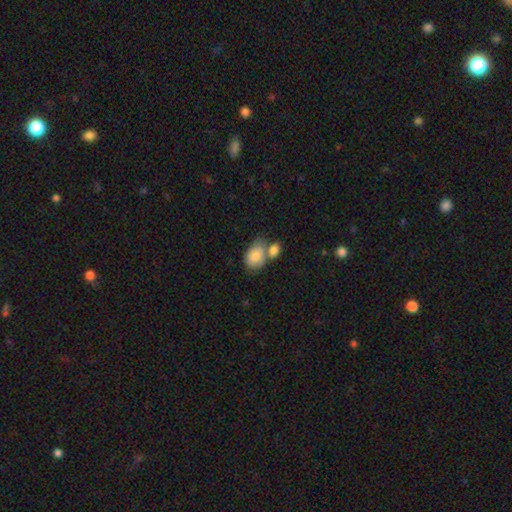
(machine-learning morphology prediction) Smooth or featured? Predicted: smooth (p=0.83). How rounded? Predicted: in between (p=0.85). Merging? Predicted: merger (p=0.50).